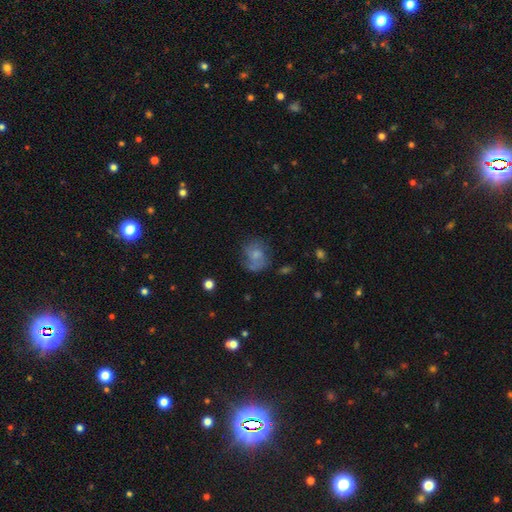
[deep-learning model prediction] Smooth or featured? smooth (52%)
How rounded? round (64%)
Merging? none (52%)